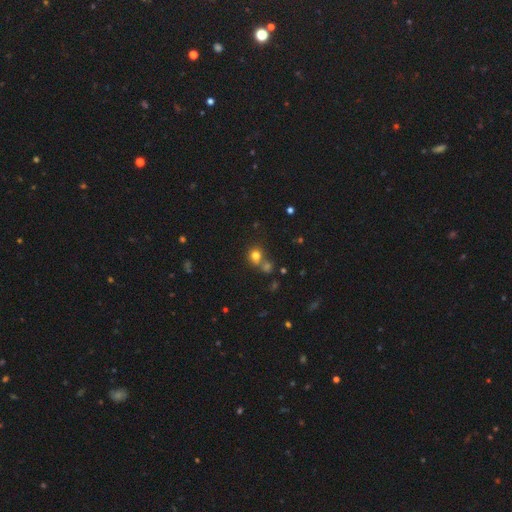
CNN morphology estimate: Smooth or featured? Predicted: smooth (p=0.76). How rounded? Predicted: round (p=0.84). Merging? Predicted: none (p=0.56).